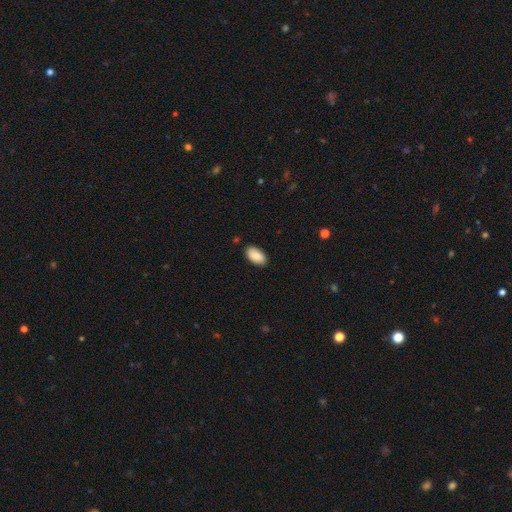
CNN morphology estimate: smooth 88%, star or artifact 6%, featured or disk 6%. Down the decision tree: how rounded — in between (95%); merging — none (88%).